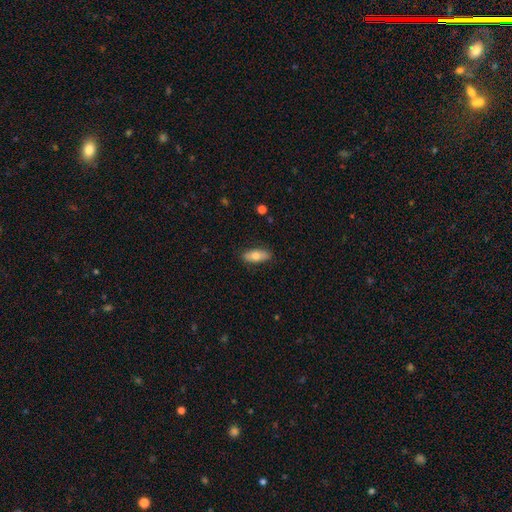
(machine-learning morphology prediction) Q: Smooth or featured?
A: smooth (71%); runner-up: featured or disk (22%)
Q: How rounded?
A: in between (79%); runner-up: cigar-shaped (19%)
Q: Merging?
A: none (86%); runner-up: minor disturbance (11%)